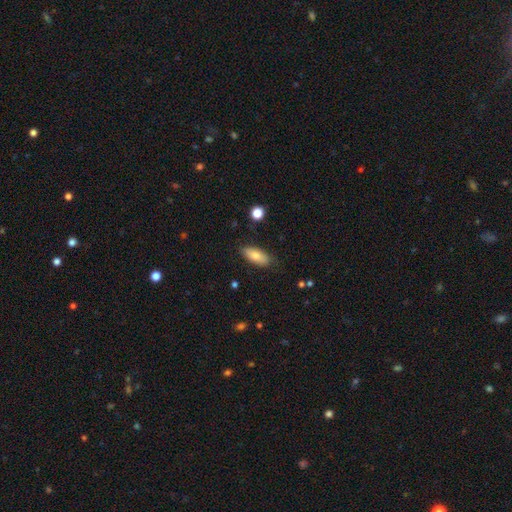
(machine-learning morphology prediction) Smooth or featured?
  - smooth: 78% *
  - featured or disk: 15%
  - star or artifact: 7%
How rounded?
  - in between: 81% *
  - cigar-shaped: 16%
  - round: 3%
Merging?
  - none: 83% *
  - minor disturbance: 13%
  - major disturbance: 3%
  - merger: 1%